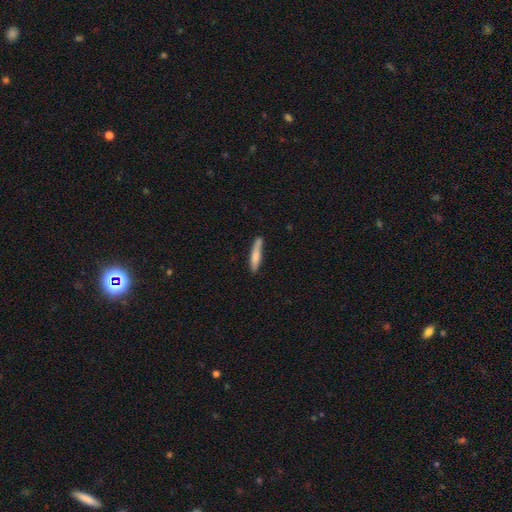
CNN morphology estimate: This is likely a smooth galaxy (74%). How rounded: clearly cigar-shaped (90%). Merging: likely none (76%).